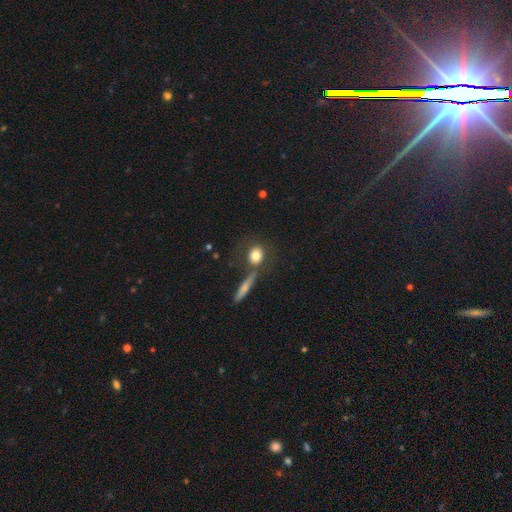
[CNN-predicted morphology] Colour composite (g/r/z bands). It shows a smooth galaxy with no disk features (78%) that is round (59%). Merging: none (64%).